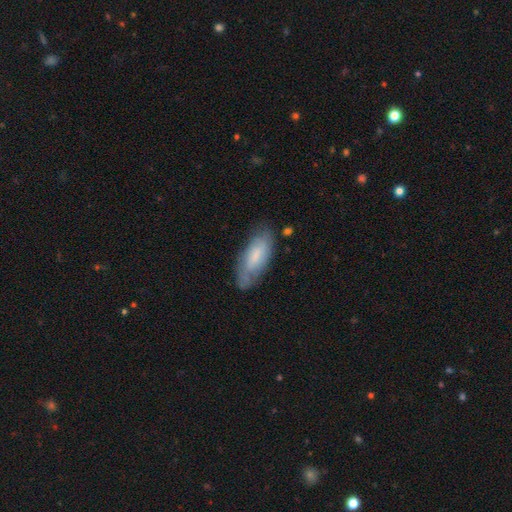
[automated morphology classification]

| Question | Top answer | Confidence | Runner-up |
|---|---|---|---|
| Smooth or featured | smooth | 59% | featured or disk (34%) |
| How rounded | in between | 75% | cigar-shaped (23%) |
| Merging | none | 69% | minor disturbance (23%) |